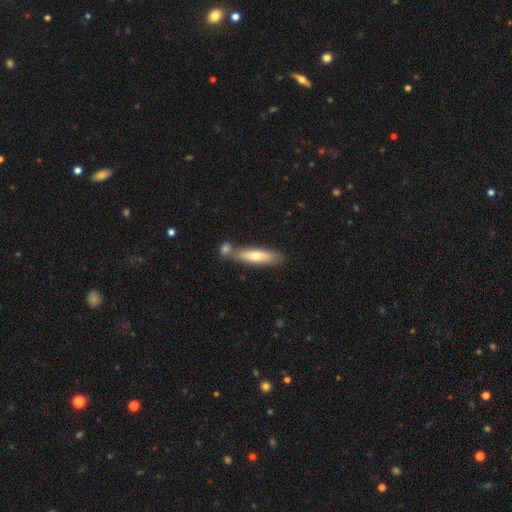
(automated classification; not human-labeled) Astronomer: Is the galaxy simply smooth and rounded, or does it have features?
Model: smooth — 62%.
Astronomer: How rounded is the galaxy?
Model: cigar-shaped — 72%.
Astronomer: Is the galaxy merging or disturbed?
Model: none — 59%.